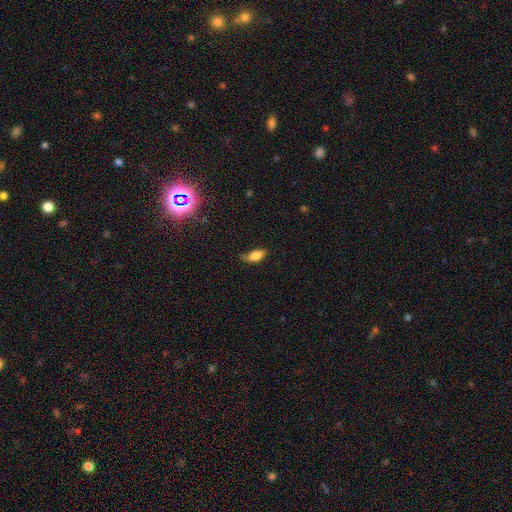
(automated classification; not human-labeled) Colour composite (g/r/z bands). It shows a smooth galaxy with no disk features (79%) that is in between round and cigar-shaped (86%). Merging: none (54%).